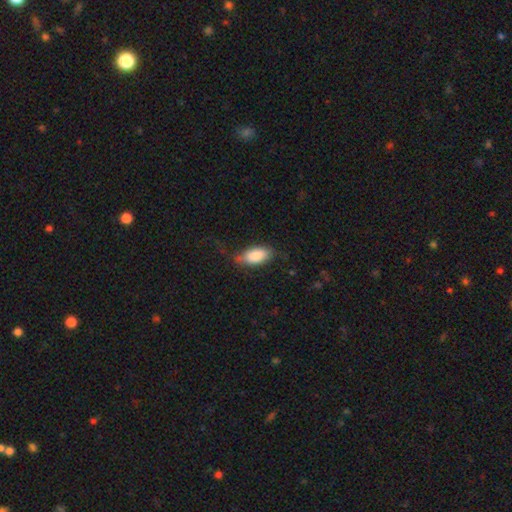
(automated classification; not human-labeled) This is clearly a smooth galaxy (81%). How rounded: clearly in between (90%). Merging: possibly none (54%).